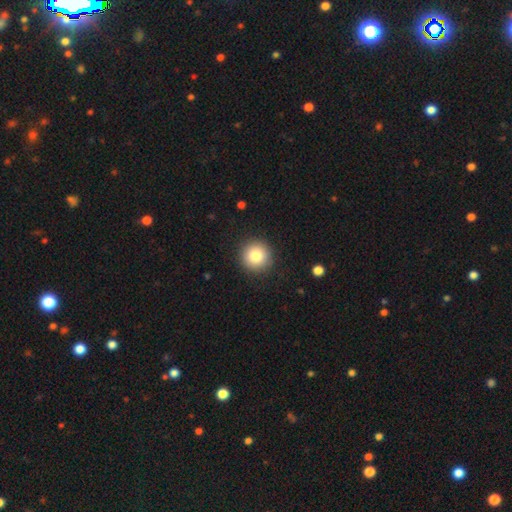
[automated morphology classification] smooth_or_featured: smooth (p=0.83) [alt: star or artifact p=0.09]
how_rounded: round (p=0.95) [alt: in between p=0.04]
merging: none (p=0.91) [alt: minor disturbance p=0.06]